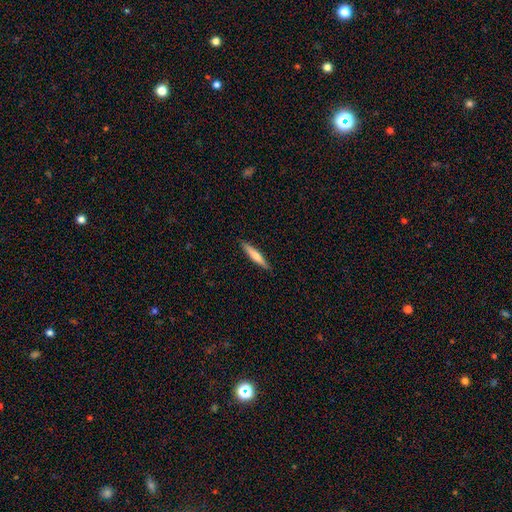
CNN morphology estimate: Smooth or featured? Predicted: smooth (p=0.66). How rounded? Predicted: cigar-shaped (p=0.92). Merging? Predicted: none (p=0.90).